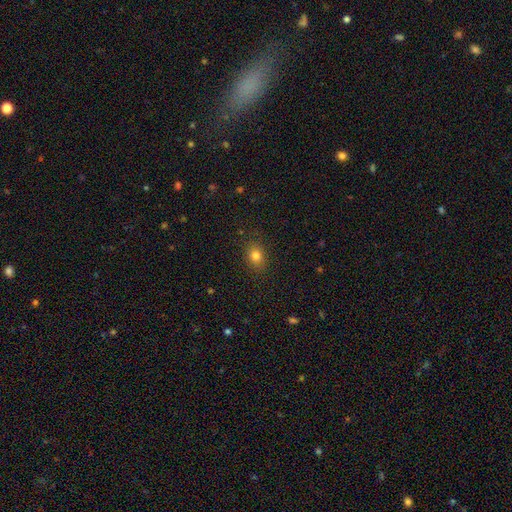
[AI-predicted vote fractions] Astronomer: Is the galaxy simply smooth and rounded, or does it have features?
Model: smooth — 81%.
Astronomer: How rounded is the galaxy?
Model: in between — 57% (runner-up: round, 42%).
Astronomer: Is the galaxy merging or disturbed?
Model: none — 86%.